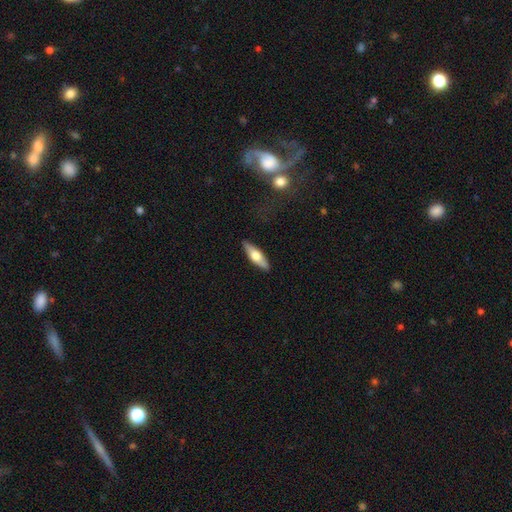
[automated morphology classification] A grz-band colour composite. It shows a smooth galaxy with no disk features (54%) that is cigar-shaped (56%). Merging: none (88%).